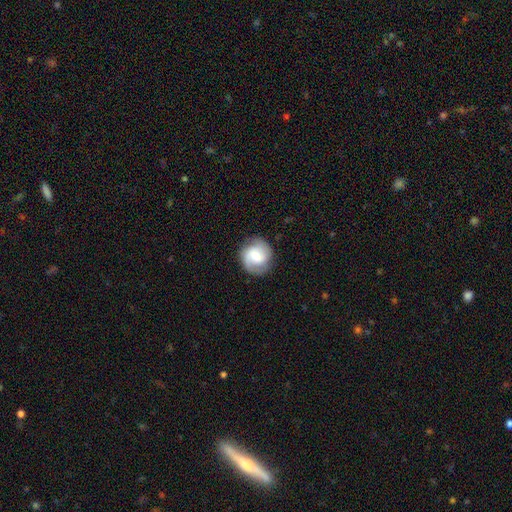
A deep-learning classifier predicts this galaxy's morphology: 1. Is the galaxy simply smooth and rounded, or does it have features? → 63% featured or disk, 31% smooth, 7% star or artifact.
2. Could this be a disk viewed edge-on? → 98% no, 2% yes.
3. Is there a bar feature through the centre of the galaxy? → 50% weak, 34% no, 16% strong.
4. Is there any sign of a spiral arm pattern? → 90% yes, 10% no.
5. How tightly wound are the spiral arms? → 45% medium, 30% tight, 24% loose.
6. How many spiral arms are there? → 82% 2, 8% can't tell, 5% 1, 3% 3, 1% 4, 1% more than 4.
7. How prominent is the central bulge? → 59% moderate, 29% small, 9% large, 2% none, 1% dominant.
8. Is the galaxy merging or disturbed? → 83% none, 12% minor disturbance, 4% major disturbance, 1% merger.